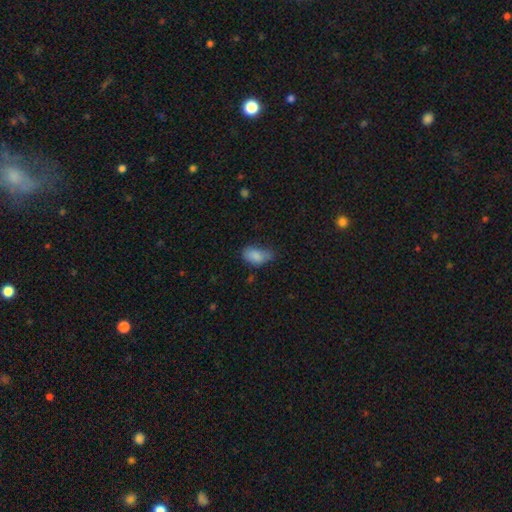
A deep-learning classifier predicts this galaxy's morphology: This is clearly a smooth galaxy (84%). How rounded: clearly in between (91%). Merging: possibly none (46%).